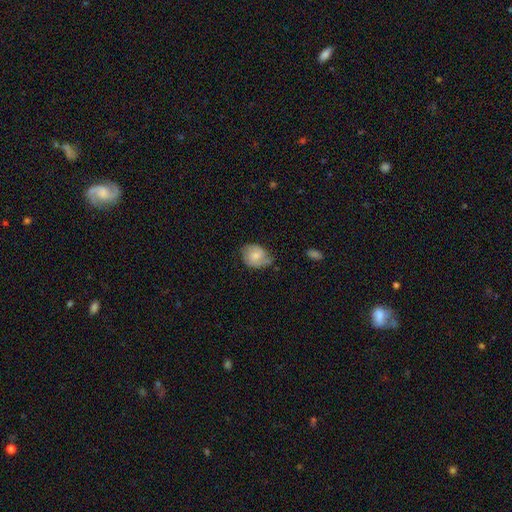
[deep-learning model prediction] smooth 53%, featured or disk 40%, star or artifact 7%. Down the decision tree: how rounded — round (52%); merging — none (53%).